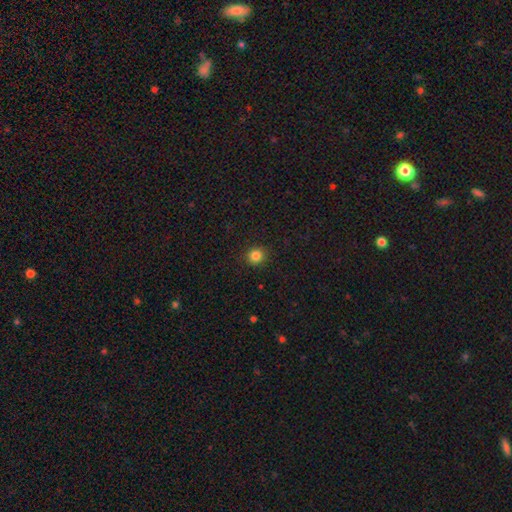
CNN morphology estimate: Smooth or featured? Predicted: smooth (p=0.84). How rounded? Predicted: round (p=0.85). Merging? Predicted: none (p=0.91).